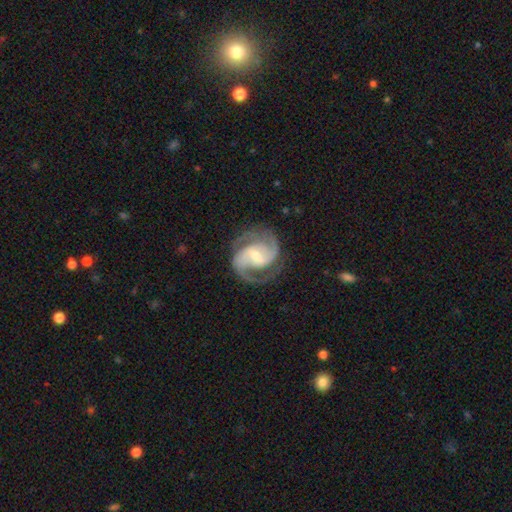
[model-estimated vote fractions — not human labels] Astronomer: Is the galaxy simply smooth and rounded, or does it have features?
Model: featured or disk — 91%.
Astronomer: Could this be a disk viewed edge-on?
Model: no — 98%.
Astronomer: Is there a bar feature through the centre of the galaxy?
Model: weak — 48% (runner-up: strong, 27%).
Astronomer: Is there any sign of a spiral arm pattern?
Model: yes — 98%.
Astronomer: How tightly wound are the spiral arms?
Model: medium — 56%.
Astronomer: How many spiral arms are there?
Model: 2 — 85%.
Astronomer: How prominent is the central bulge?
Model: small — 47%, tied with moderate at 47%.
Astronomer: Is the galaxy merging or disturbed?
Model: none — 78%.